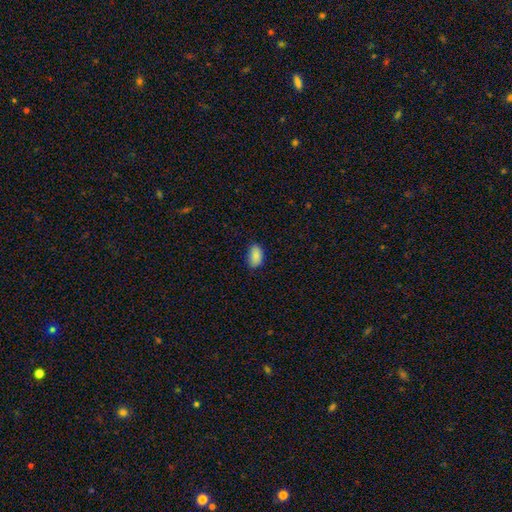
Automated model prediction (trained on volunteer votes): Q: Smooth or featured?
A: smooth (89%); runner-up: star or artifact (7%)
Q: How rounded?
A: in between (92%); runner-up: round (6%)
Q: Merging?
A: none (83%); runner-up: minor disturbance (14%)